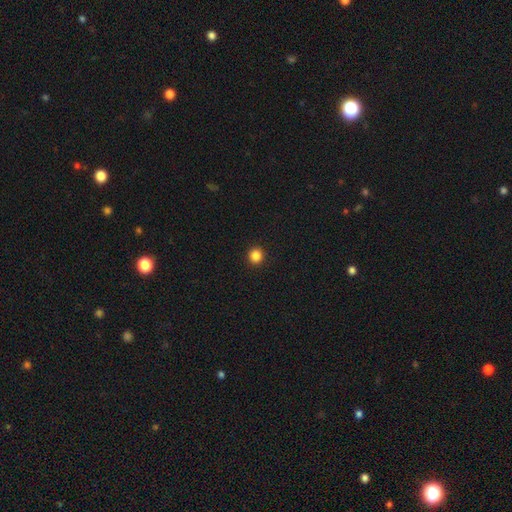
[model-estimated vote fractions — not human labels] Smooth or featured?
  - smooth: 85% *
  - star or artifact: 11%
  - featured or disk: 3%
How rounded?
  - round: 91% *
  - in between: 8%
  - cigar-shaped: 1%
Merging?
  - none: 94% *
  - minor disturbance: 4%
  - major disturbance: 1%
  - merger: 1%